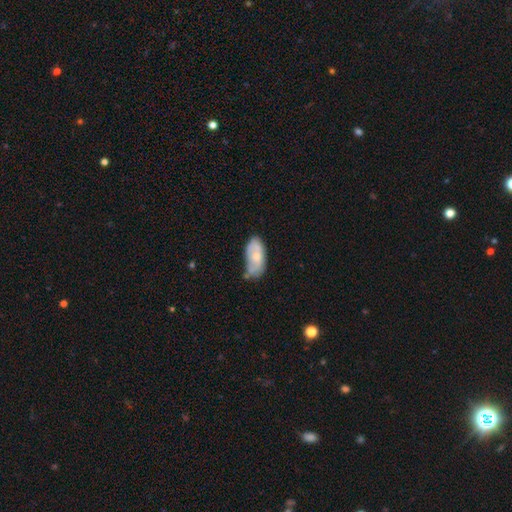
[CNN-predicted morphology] A smooth galaxy with no disk features (55%) that is in between round and cigar-shaped (91%). Merging: none (44%).